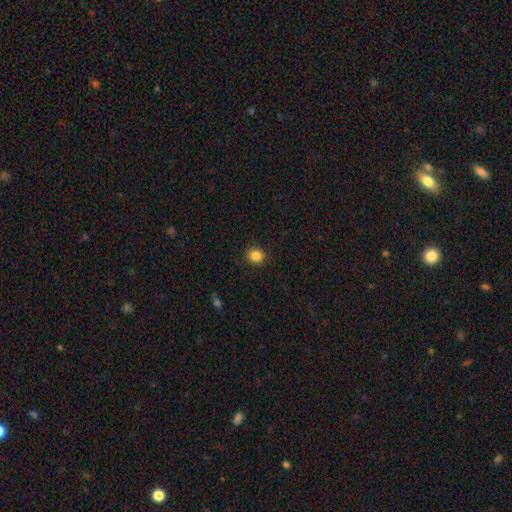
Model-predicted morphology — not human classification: This appears to be a smooth galaxy with no disk features (85%) that is round (82%). Merging: none (90%).